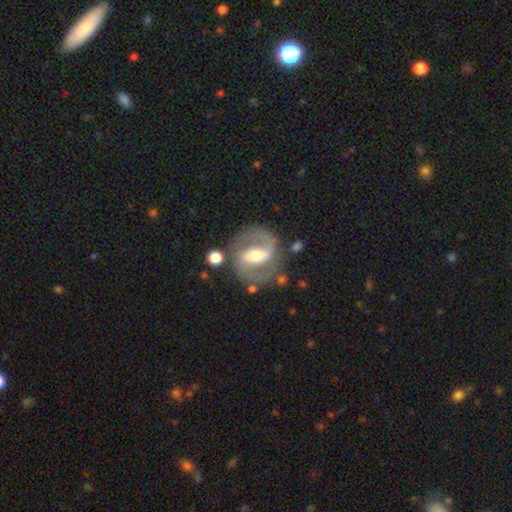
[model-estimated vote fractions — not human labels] The model was most divided on "bar": strong: 57%, weak: 31%, no: 12%. More confident: edge-on disk — no (97%); spiral arms — yes (92%); spiral arm count — 2 (92%); smooth or featured — featured or disk (86%); merging — none (80%); bulge size — moderate (64%); spiral winding — medium (58%).